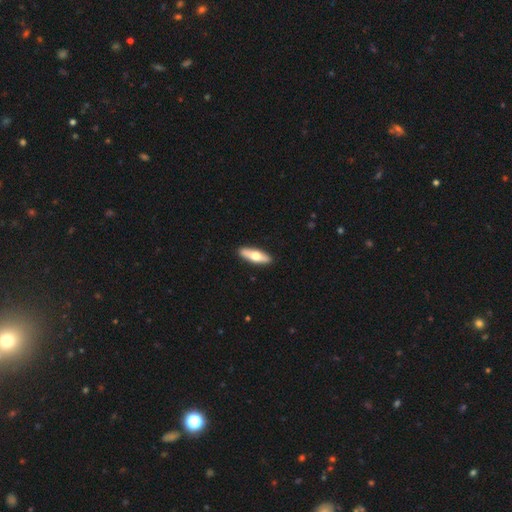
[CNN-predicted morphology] This appears to be a smooth galaxy with no disk features (54%) that is cigar-shaped (51%). Merging: none (91%).